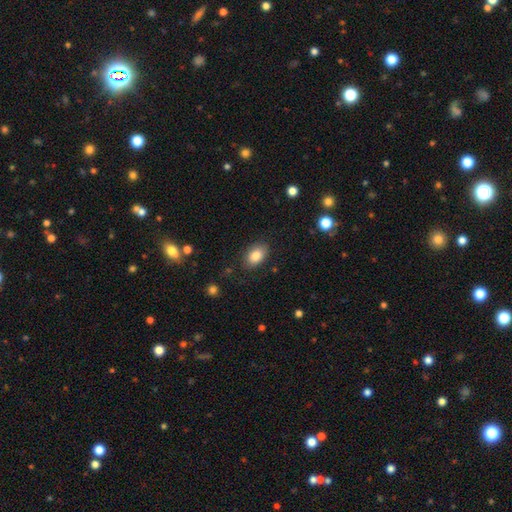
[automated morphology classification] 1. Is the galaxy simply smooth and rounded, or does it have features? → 84% smooth, 8% star or artifact, 8% featured or disk.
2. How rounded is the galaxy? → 88% in between, 11% round, 1% cigar-shaped.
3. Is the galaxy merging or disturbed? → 84% none, 12% minor disturbance, 3% major disturbance, 1% merger.